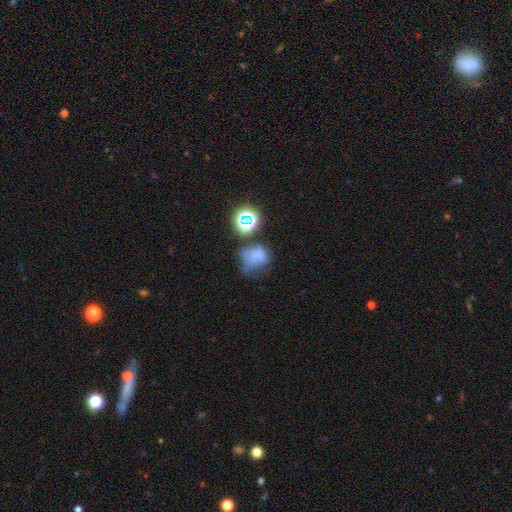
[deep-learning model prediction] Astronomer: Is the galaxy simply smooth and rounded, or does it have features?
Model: smooth — 55%.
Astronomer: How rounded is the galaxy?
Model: round — 57% (runner-up: in between, 41%).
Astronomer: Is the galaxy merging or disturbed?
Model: none — 32% (runner-up: major disturbance, 28%).